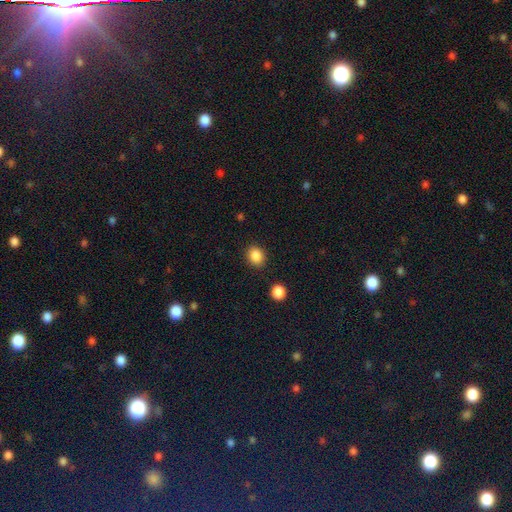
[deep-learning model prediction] smooth-or-featured: smooth: 87% | star or artifact: 10% | featured or disk: 4%
  how-rounded: round: 62% | in between: 37% | cigar-shaped: 1%
  merging: none: 87% | minor disturbance: 8% | major disturbance: 3% | merger: 2%